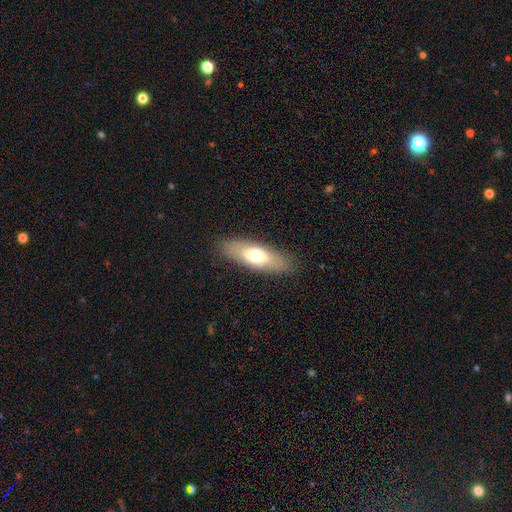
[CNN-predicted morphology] Q: Smooth or featured?
A: smooth (63%); runner-up: featured or disk (30%)
Q: How rounded?
A: in between (62%); runner-up: cigar-shaped (36%)
Q: Merging?
A: none (86%); runner-up: minor disturbance (10%)